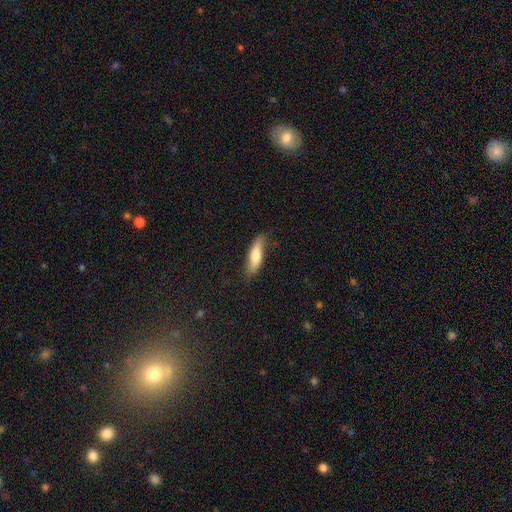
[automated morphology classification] Overall: smooth (70%). How rounded: cigar-shaped (58%; in between 40%). Merging: none (73%).